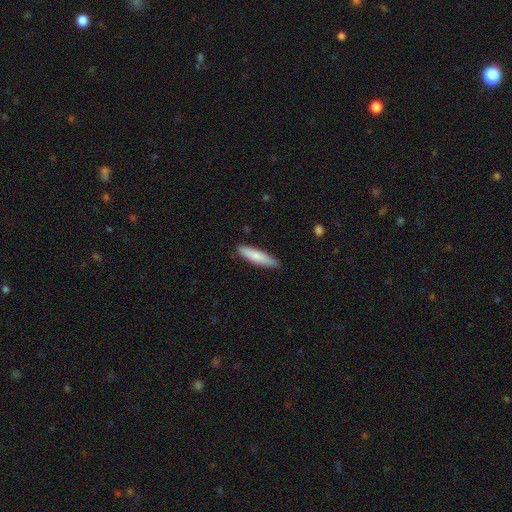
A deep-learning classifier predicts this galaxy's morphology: smooth 77%, featured or disk 18%, star or artifact 5%. Down the decision tree: how rounded — cigar-shaped (78%); merging — none (84%).